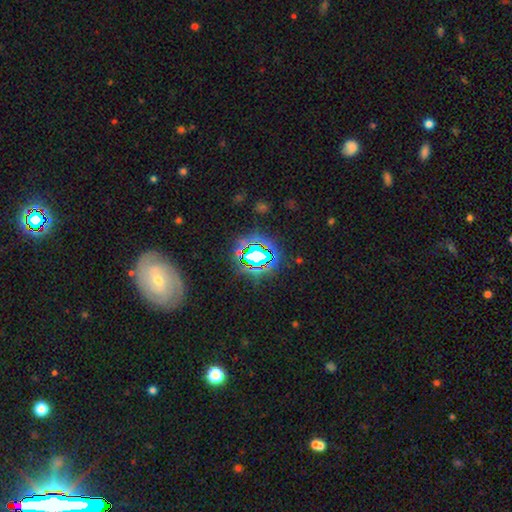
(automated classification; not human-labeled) smooth-or-featured: star or artifact: 71% | smooth: 17% | featured or disk: 12%